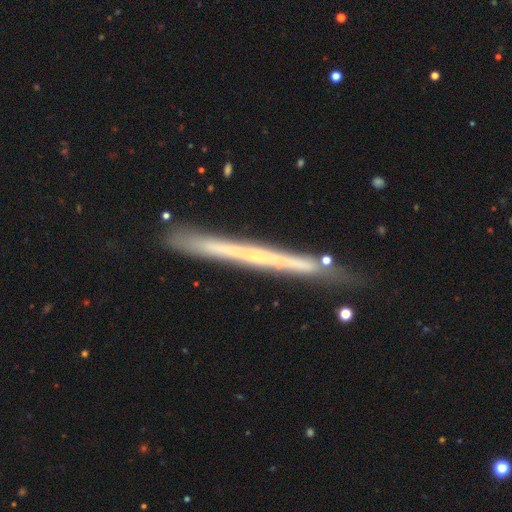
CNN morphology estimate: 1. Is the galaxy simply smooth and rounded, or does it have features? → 64% featured or disk, 28% smooth, 8% star or artifact.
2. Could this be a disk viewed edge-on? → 95% yes, 5% no.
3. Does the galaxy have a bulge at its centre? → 88% none, 8% rounded, 3% boxy.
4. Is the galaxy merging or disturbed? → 83% none, 13% minor disturbance, 3% merger, 2% major disturbance.